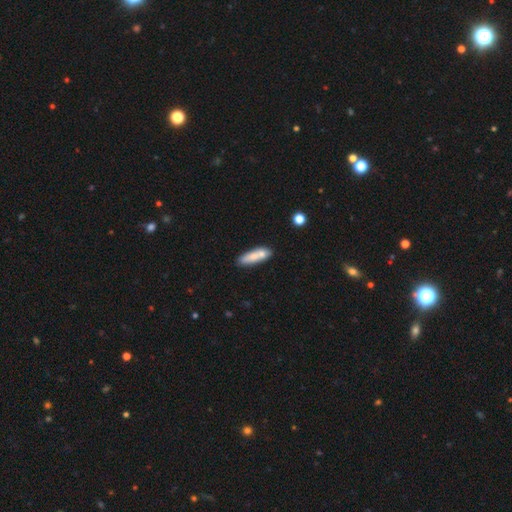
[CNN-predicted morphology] This appears to be a smooth galaxy with no disk features (74%) that is cigar-shaped (65%). Merging: none (60%).